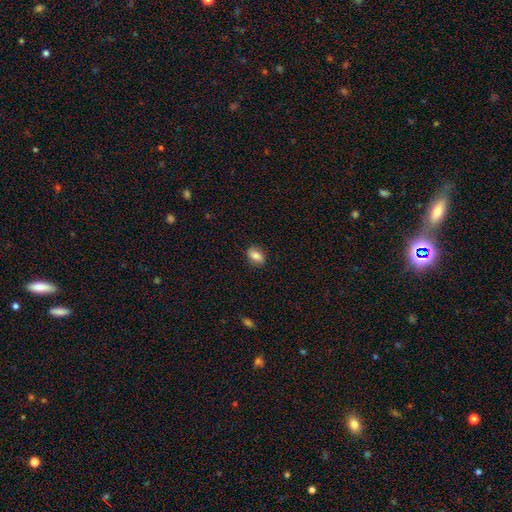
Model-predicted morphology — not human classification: smooth_or_featured: smooth (p=0.81) [alt: featured or disk p=0.11]
how_rounded: in between (p=0.83) [alt: round p=0.14]
merging: none (p=0.85) [alt: minor disturbance p=0.11]